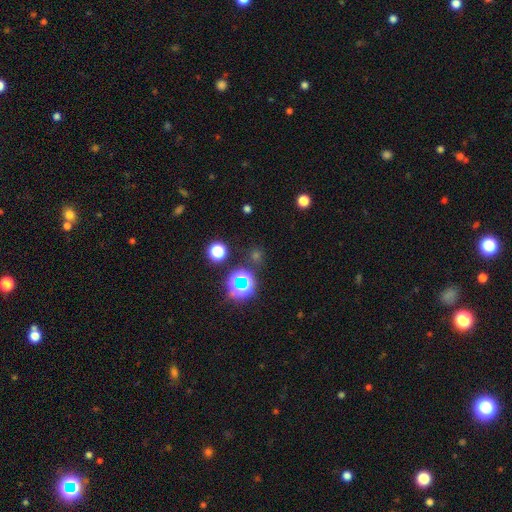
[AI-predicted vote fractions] Smooth or featured: star or artifact — 56% (smooth — 36%)